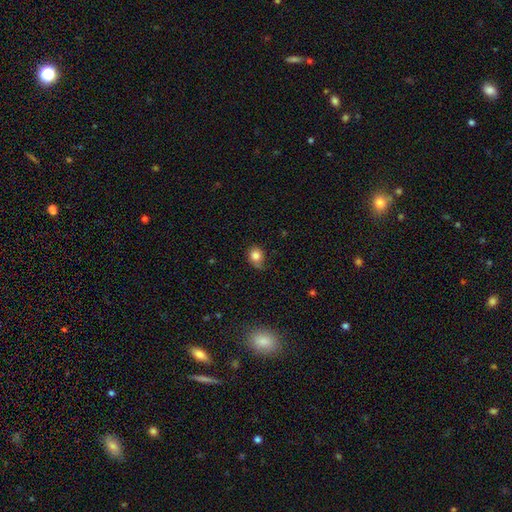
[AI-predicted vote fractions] A smooth galaxy with no disk features (82%) that is round (70%). Merging: none (60%).